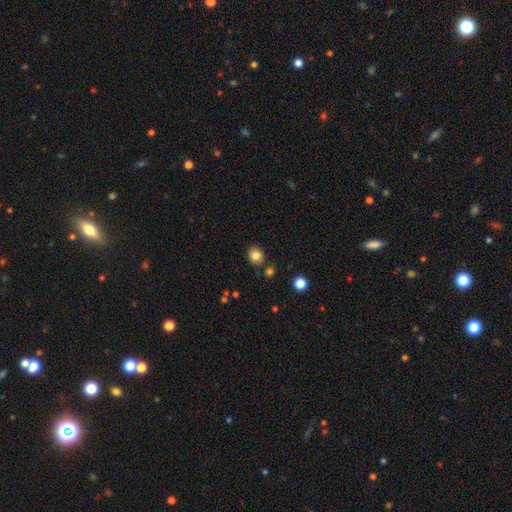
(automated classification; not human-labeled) Overall: smooth (83%). How rounded: round (74%). Merging: none (82%).